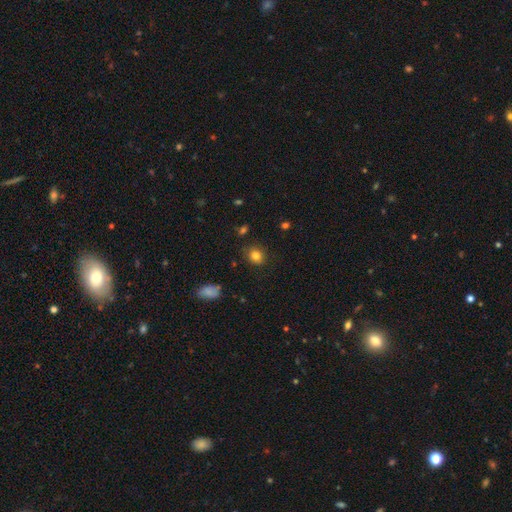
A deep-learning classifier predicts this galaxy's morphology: Smooth or featured: smooth — 82% (star or artifact — 11%)
How rounded: round — 66% (in between — 33%)
Merging: none — 84% (minor disturbance — 12%)